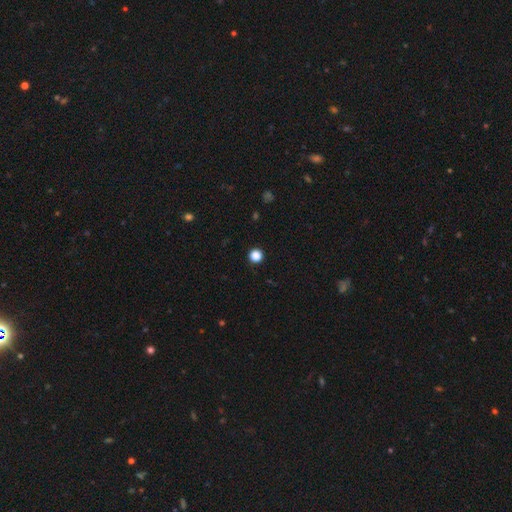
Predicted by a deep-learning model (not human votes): The model was most divided on "smooth or featured": smooth: 85%, star or artifact: 13%, featured or disk: 2%. More confident: how rounded — round (96%); merging — none (93%).